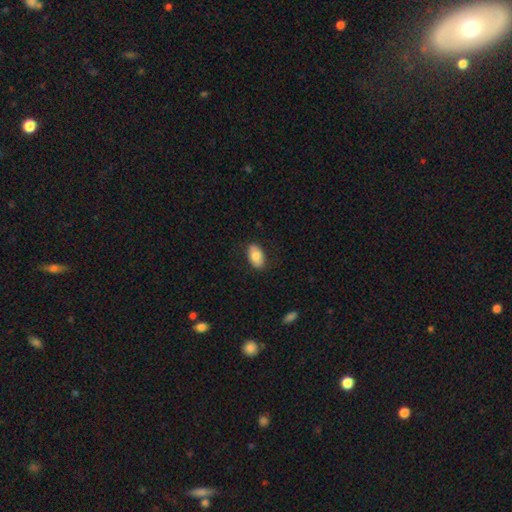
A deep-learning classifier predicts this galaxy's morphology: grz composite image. It shows a smooth galaxy with no disk features (80%) that is in between round and cigar-shaped (92%). Merging: none (84%).